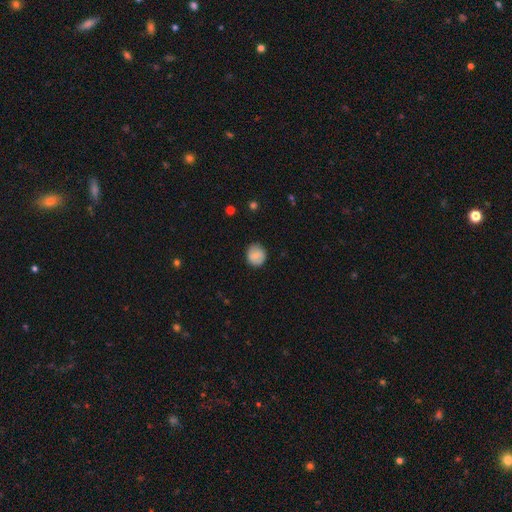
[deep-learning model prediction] This is clearly a smooth galaxy (83%). How rounded: clearly round (86%). Merging: clearly none (84%).